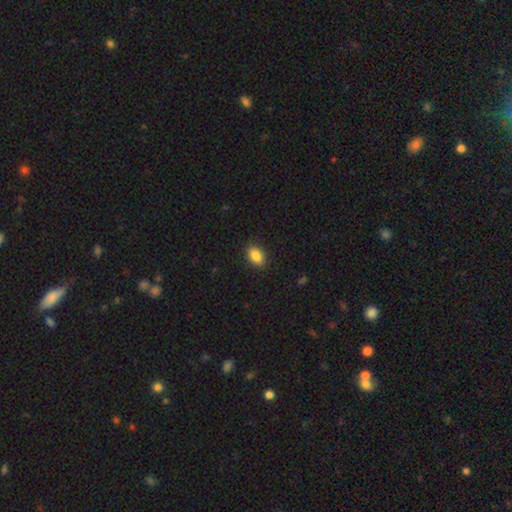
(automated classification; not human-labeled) A smooth galaxy with no disk features (87%) that is in between round and cigar-shaped (86%). Merging: none (88%).